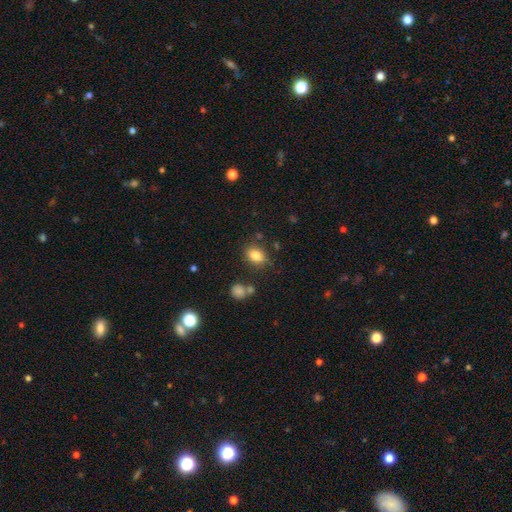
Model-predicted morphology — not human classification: This appears to be a smooth galaxy with no disk features (83%) that is in between round and cigar-shaped (76%). Merging: none (77%).